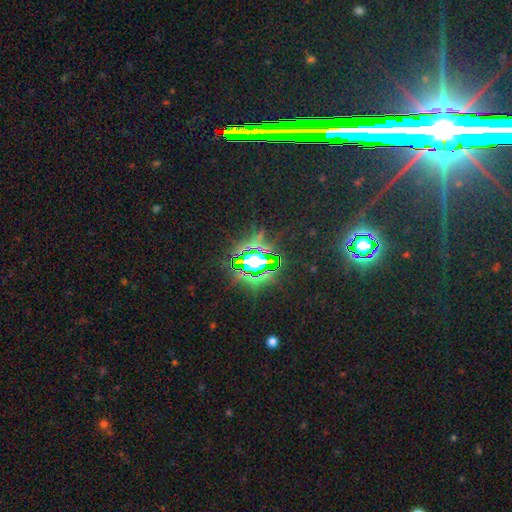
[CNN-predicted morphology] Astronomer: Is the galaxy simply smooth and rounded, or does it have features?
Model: star or artifact — 85%.